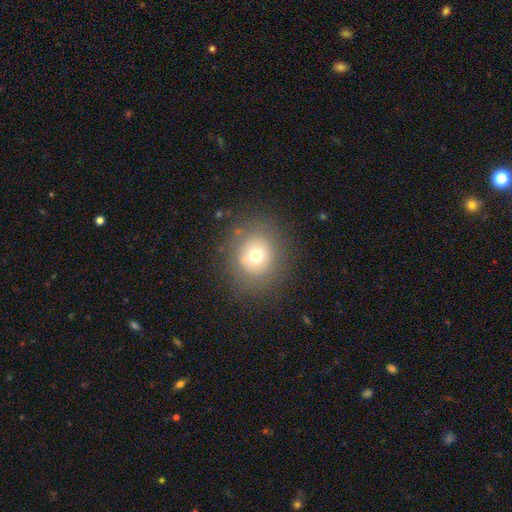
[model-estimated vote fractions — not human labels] Smooth or featured?
  - smooth: 67% *
  - featured or disk: 19%
  - star or artifact: 15%
How rounded?
  - round: 82% *
  - in between: 17%
  - cigar-shaped: 1%
Merging?
  - none: 81% *
  - minor disturbance: 11%
  - major disturbance: 5%
  - merger: 3%